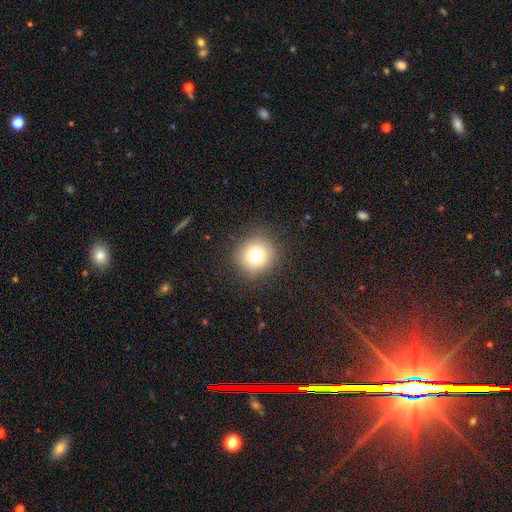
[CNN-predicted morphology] type=smooth (76%); roundness=round (91%); merging=none (88%).